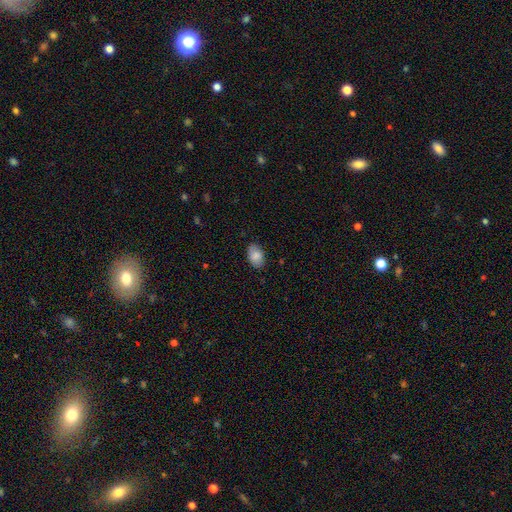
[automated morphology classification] Smooth or featured?
  - smooth: 83% *
  - featured or disk: 10%
  - star or artifact: 7%
How rounded?
  - in between: 90% *
  - round: 8%
  - cigar-shaped: 1%
Merging?
  - none: 84% *
  - minor disturbance: 13%
  - major disturbance: 3%
  - merger: 1%